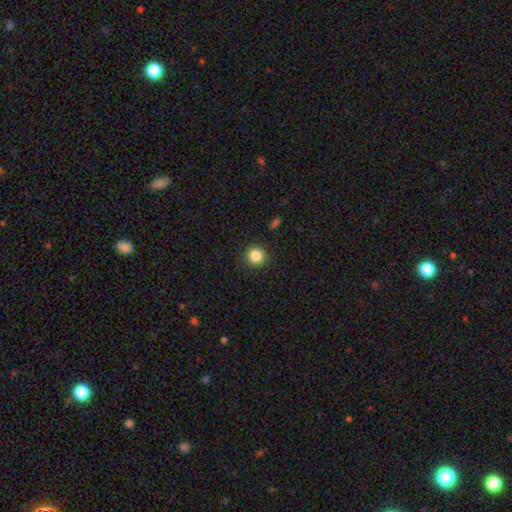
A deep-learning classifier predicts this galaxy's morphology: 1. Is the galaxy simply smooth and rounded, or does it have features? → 85% smooth, 11% star or artifact, 5% featured or disk.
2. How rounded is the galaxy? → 94% round, 5% in between, 1% cigar-shaped.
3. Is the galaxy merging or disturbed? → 91% none, 6% minor disturbance, 2% major disturbance, 1% merger.